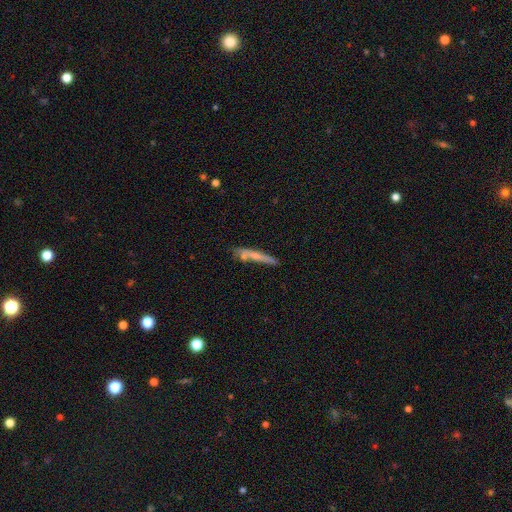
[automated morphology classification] The model was most divided on "smooth or featured": smooth: 54%, featured or disk: 39%, star or artifact: 7%. More confident: how rounded — cigar-shaped (92%); merging — none (64%).